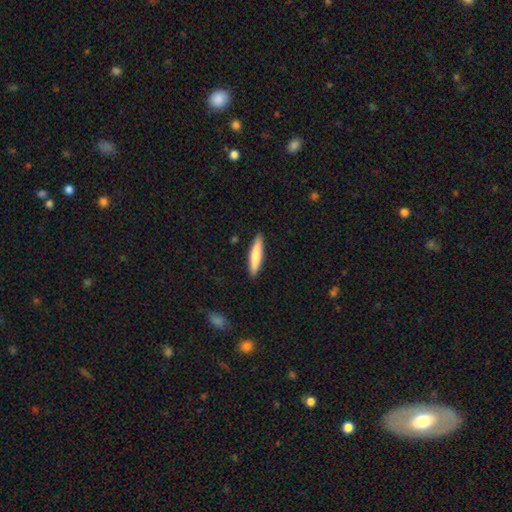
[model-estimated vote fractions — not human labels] A smooth galaxy with no disk features (77%) that is cigar-shaped (85%).

Vote fractions:
- Smooth or featured? smooth: 77% / featured or disk: 18% / star or artifact: 5%
- How rounded? cigar-shaped: 85% / in between: 14% / round: 1%
- Merging? none: 90% / minor disturbance: 7% / major disturbance: 1% / merger: 1%